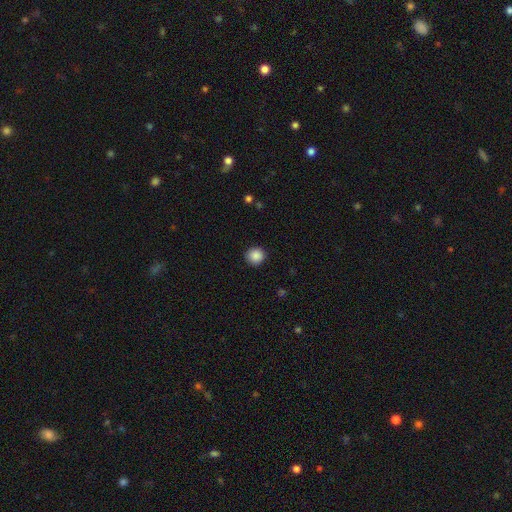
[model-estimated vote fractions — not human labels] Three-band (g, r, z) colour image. It shows a smooth galaxy with no disk features (88%) that is round (92%). Merging: none (90%).